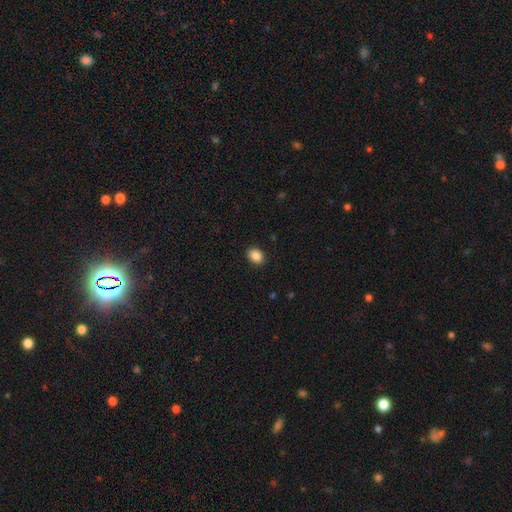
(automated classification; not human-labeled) smooth 89%, star or artifact 8%, featured or disk 3%. Down the decision tree: how rounded — in between (68%); merging — none (90%).